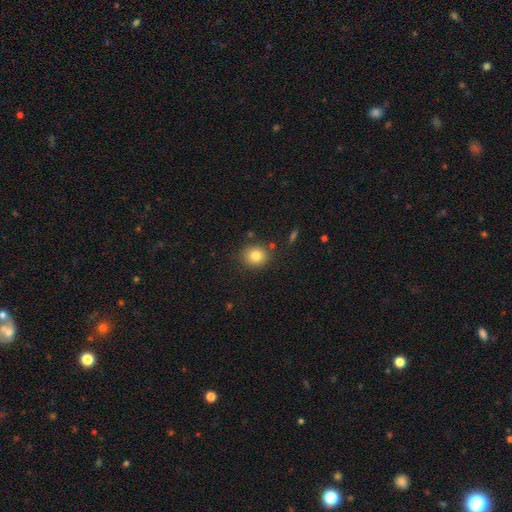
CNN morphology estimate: Smooth or featured?
  - smooth: 82% *
  - star or artifact: 11%
  - featured or disk: 7%
How rounded?
  - round: 79% *
  - in between: 20%
  - cigar-shaped: 1%
Merging?
  - none: 85% *
  - minor disturbance: 9%
  - merger: 3%
  - major disturbance: 3%